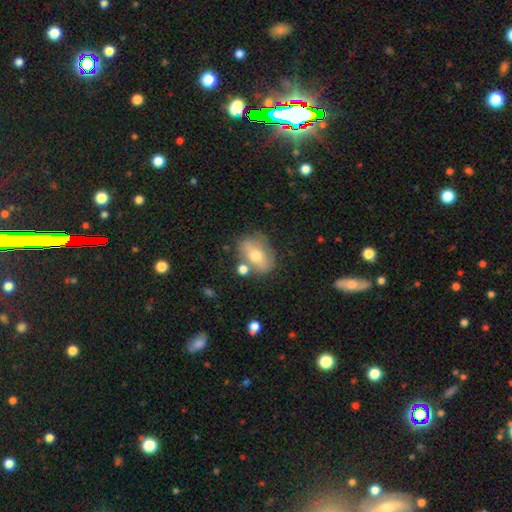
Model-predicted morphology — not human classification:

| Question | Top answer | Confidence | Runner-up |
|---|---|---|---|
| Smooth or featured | smooth | 56% | featured or disk (35%) |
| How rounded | in between | 67% | round (31%) |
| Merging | none | 64% | minor disturbance (18%) |